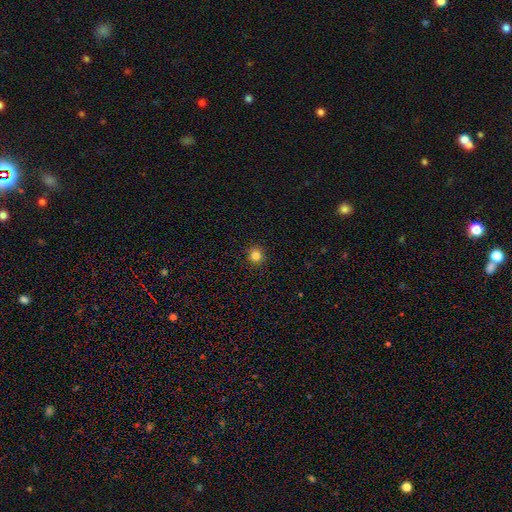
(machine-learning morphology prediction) This is clearly a smooth galaxy (82%). How rounded: clearly round (92%). Merging: clearly none (92%).